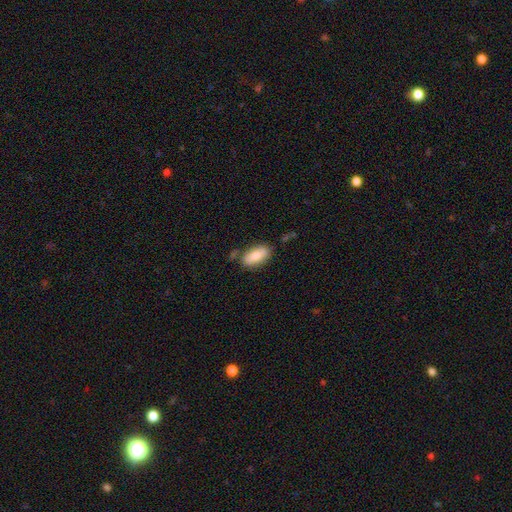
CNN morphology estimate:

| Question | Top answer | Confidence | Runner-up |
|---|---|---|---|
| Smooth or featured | smooth | 79% | featured or disk (14%) |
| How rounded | in between | 91% | cigar-shaped (6%) |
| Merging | none | 73% | minor disturbance (16%) |